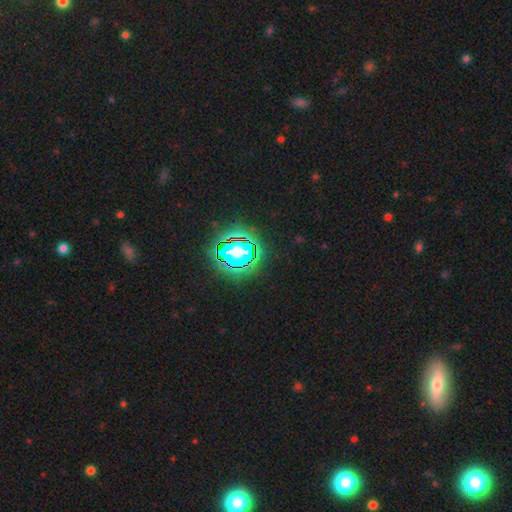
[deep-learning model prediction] smooth_or_featured: star or artifact (p=0.72) [alt: smooth p=0.17]